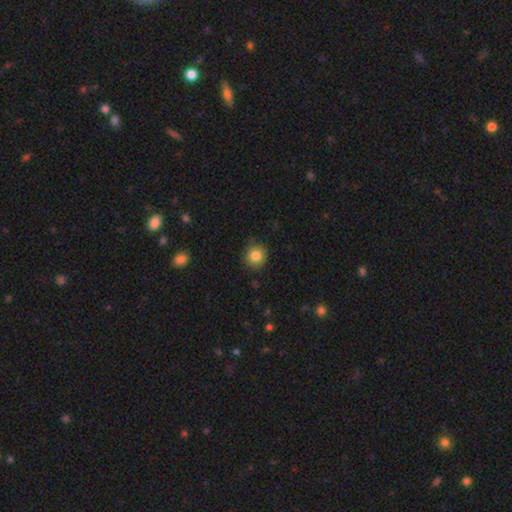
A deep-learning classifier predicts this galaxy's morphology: The model was most divided on "merging": none: 84%, minor disturbance: 12%, major disturbance: 3%, merger: 1%. More confident: how rounded — round (88%); smooth or featured — smooth (84%).